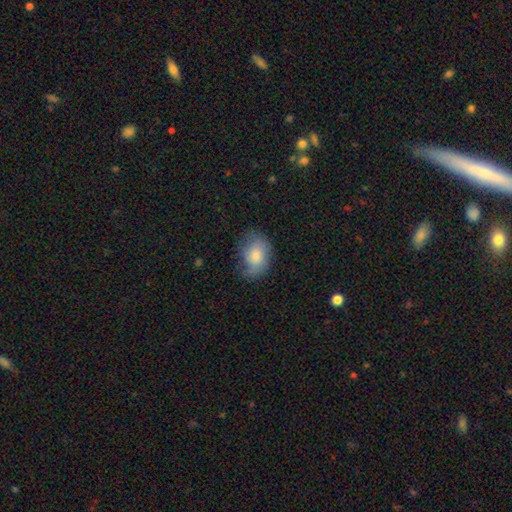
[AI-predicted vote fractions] Smooth or featured? Predicted: smooth (p=0.69). How rounded? Predicted: in between (p=0.73). Merging? Predicted: none (p=0.54).